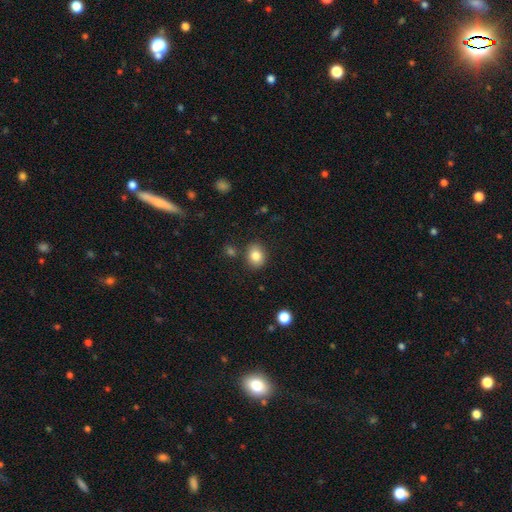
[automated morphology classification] Smooth or featured?
  - smooth: 84% *
  - star or artifact: 9%
  - featured or disk: 7%
How rounded?
  - round: 51% *
  - in between: 49%
  - cigar-shaped: 1%
Merging?
  - none: 83% *
  - minor disturbance: 10%
  - merger: 4%
  - major disturbance: 3%